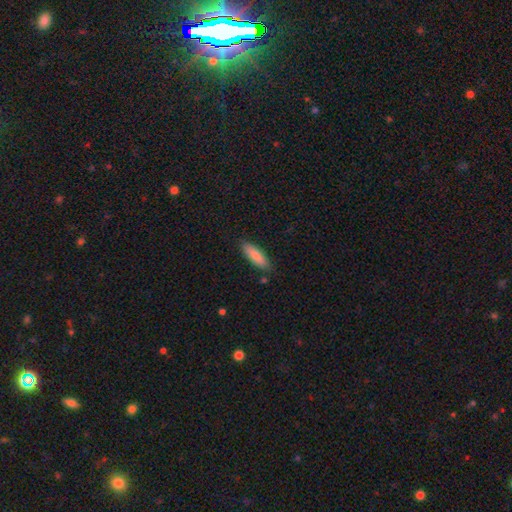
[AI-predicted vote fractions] Overall: smooth (84%). How rounded: cigar-shaped (51%; in between 47%). Merging: none (85%).